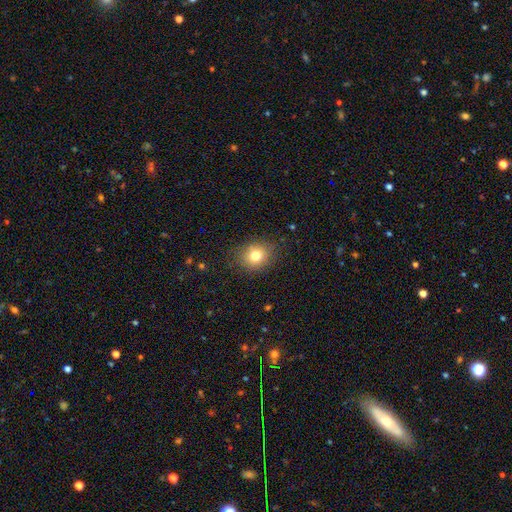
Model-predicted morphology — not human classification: smooth-or-featured: smooth: 78% | star or artifact: 12% | featured or disk: 10%
  how-rounded: round: 69% | in between: 30% | cigar-shaped: 1%
  merging: none: 84% | minor disturbance: 12% | major disturbance: 4% | merger: 1%